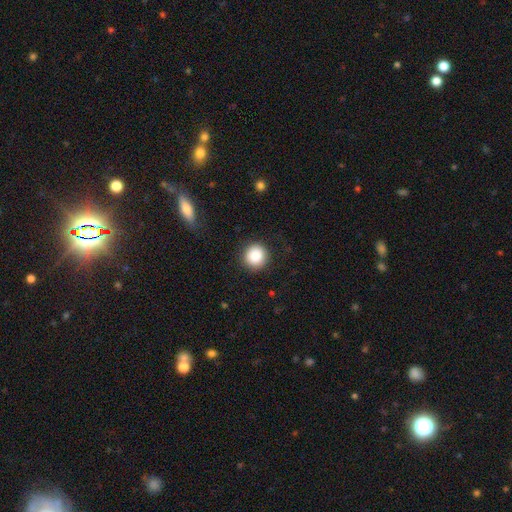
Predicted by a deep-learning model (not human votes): This is clearly a smooth galaxy (88%). How rounded: clearly round (93%). Merging: clearly none (89%).